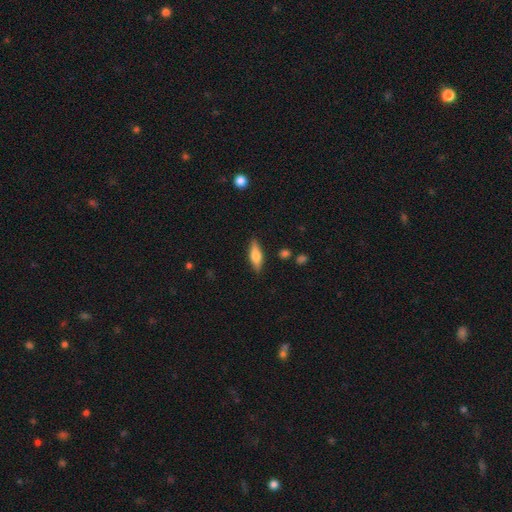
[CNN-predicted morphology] Overall: smooth (58%; featured or disk 36%). How rounded: cigar-shaped (49%; in between 48%). Merging: none (87%).